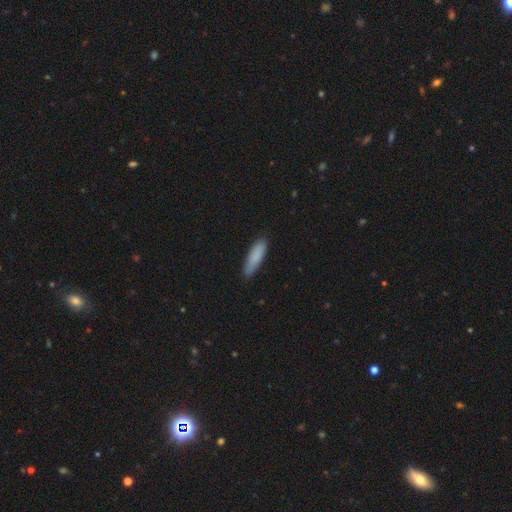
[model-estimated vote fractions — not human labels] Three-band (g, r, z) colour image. It shows a smooth galaxy with no disk features (85%) that is cigar-shaped (63%). Merging: none (81%).